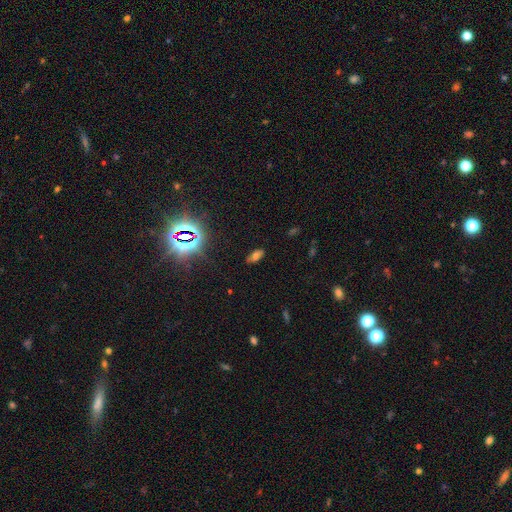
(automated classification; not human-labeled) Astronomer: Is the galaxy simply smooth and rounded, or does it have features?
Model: smooth — 58%.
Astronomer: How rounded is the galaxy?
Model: in between — 88%.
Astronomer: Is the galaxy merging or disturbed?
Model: none — 82%.